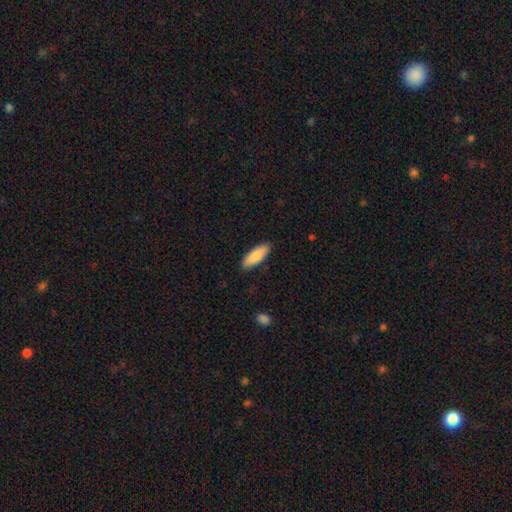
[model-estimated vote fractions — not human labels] Q: Smooth or featured?
A: smooth (87%); runner-up: featured or disk (8%)
Q: How rounded?
A: in between (61%); runner-up: cigar-shaped (38%)
Q: Merging?
A: none (89%); runner-up: minor disturbance (8%)